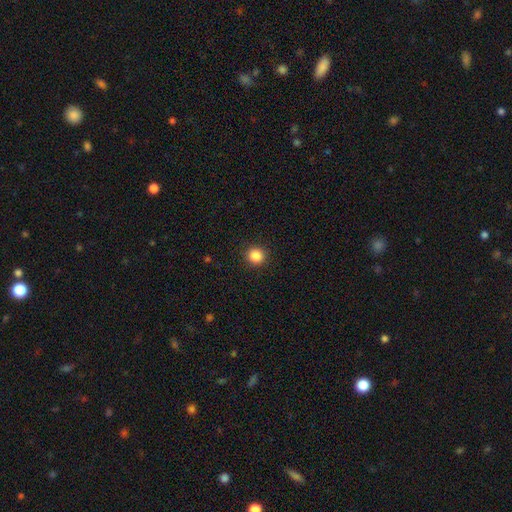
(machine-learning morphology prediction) A smooth galaxy with no disk features (87%) that is round (91%).

Vote fractions:
- Smooth or featured? smooth: 87% / star or artifact: 10% / featured or disk: 3%
- How rounded? round: 91% / in between: 8% / cigar-shaped: 1%
- Merging? none: 92% / minor disturbance: 5% / major disturbance: 2% / merger: 1%